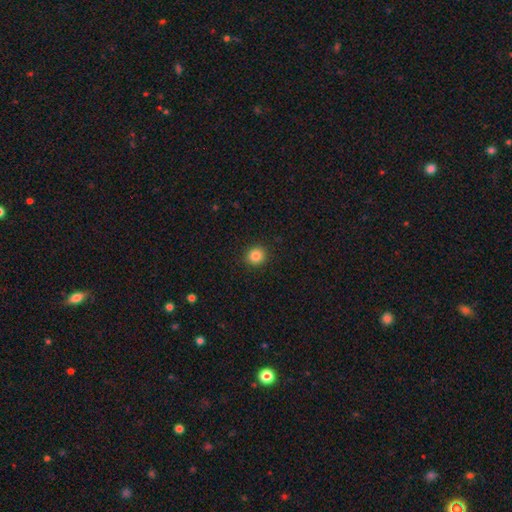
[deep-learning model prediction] The model was most divided on "smooth or featured": smooth: 85%, star or artifact: 11%, featured or disk: 4%. More confident: merging — none (92%); how rounded — round (89%).